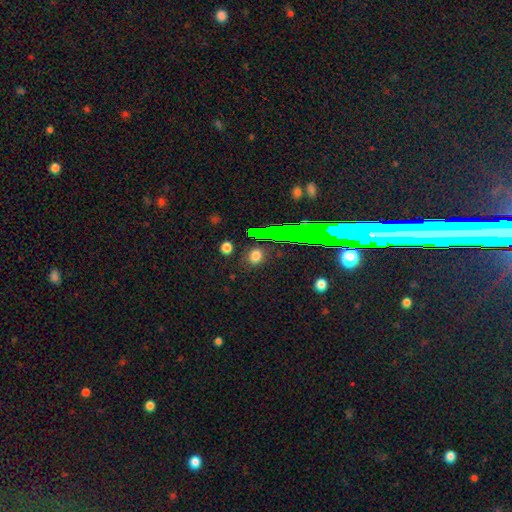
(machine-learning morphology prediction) Smooth or featured? Predicted: smooth (p=0.75). How rounded? Predicted: round (p=0.65). Merging? Predicted: none (p=0.85).